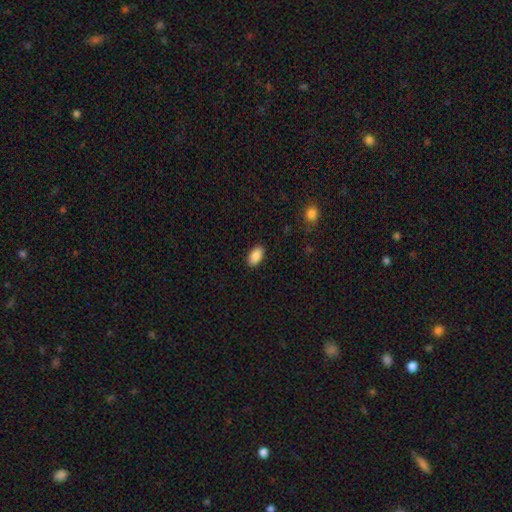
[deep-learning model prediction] smooth 88%, star or artifact 7%, featured or disk 5%. Down the decision tree: how rounded — in between (94%); merging — none (88%).